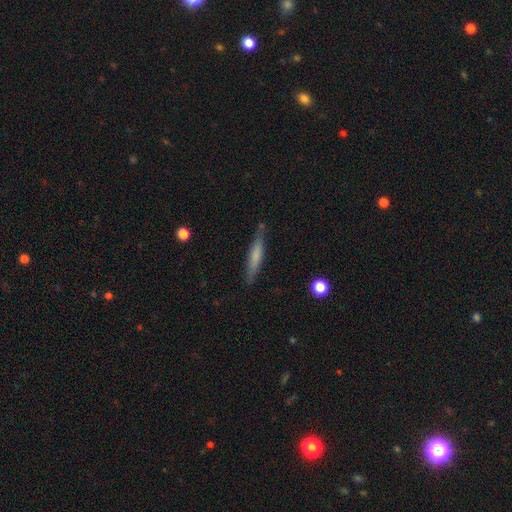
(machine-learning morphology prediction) A smooth galaxy with no disk features (63%) that is cigar-shaped (91%). Merging: none (83%).